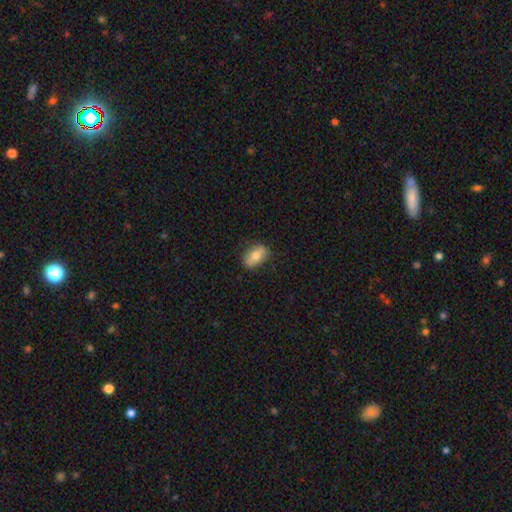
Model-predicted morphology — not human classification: A smooth galaxy with no disk features (71%) that is in between round and cigar-shaped (85%). Merging: none (81%).